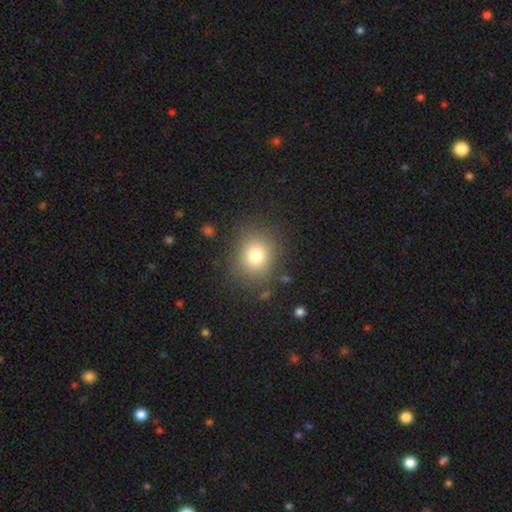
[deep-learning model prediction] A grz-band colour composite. It shows a smooth galaxy with no disk features (78%) that is round (74%). Merging: none (83%).